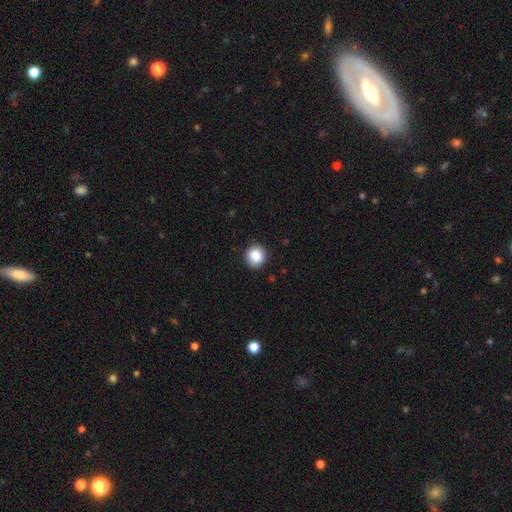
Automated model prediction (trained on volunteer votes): A smooth galaxy with no disk features (87%) that is round (89%).

Vote fractions:
- Smooth or featured? smooth: 87% / star or artifact: 9% / featured or disk: 4%
- How rounded? round: 89% / in between: 10% / cigar-shaped: 1%
- Merging? none: 91% / minor disturbance: 7% / major disturbance: 2% / merger: 1%